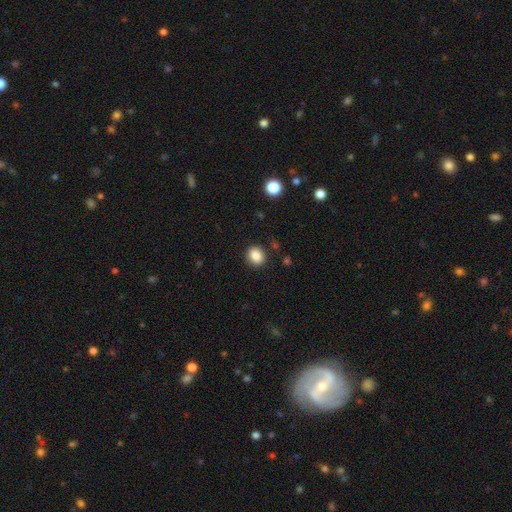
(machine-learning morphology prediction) smooth 86%, star or artifact 9%, featured or disk 5%. Down the decision tree: how rounded — round (70%); merging — none (89%).